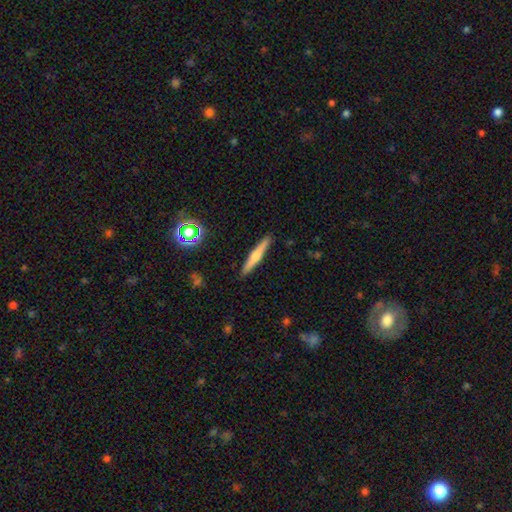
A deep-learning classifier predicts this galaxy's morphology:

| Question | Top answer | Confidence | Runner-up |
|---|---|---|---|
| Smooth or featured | featured or disk | 56% | smooth (36%) |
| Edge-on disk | yes | 97% | no (3%) |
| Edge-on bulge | rounded | 87% | none (8%) |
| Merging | none | 91% | minor disturbance (6%) |